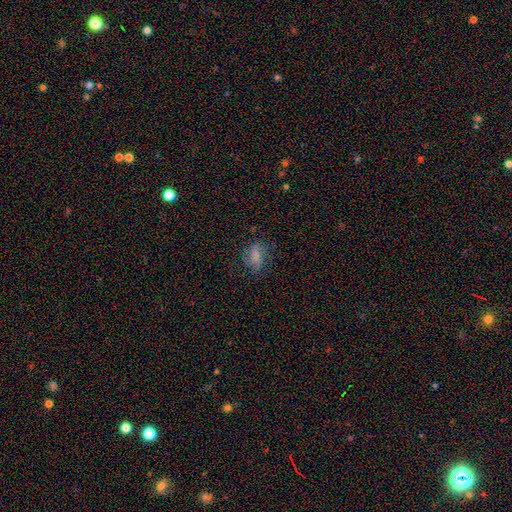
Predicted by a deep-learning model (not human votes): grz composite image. It shows a smooth galaxy with no disk features (57%) that is in between round and cigar-shaped (78%). Merging: none (62%).